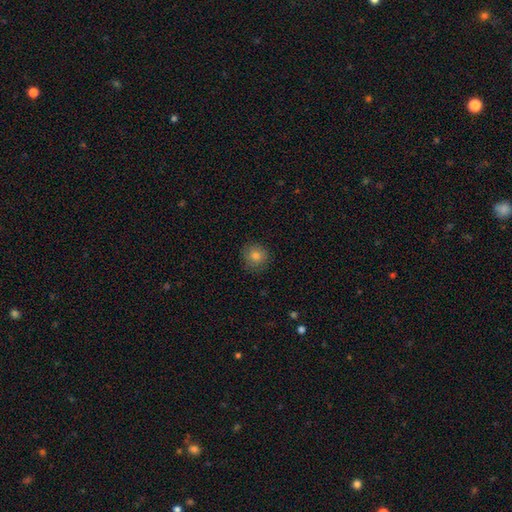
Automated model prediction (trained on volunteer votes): Morphology: type=smooth (81%); roundness=round (91%); merging=none (88%).